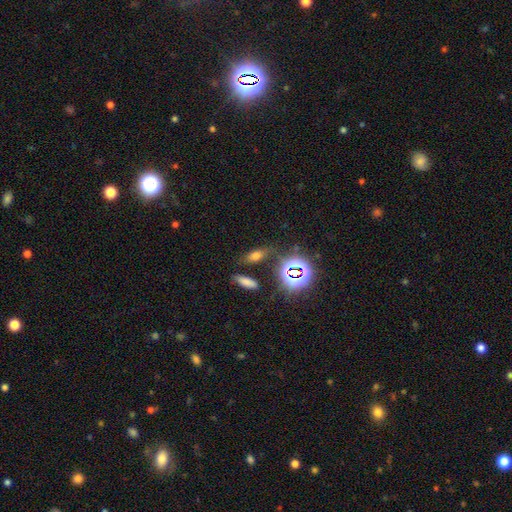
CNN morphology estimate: smooth-or-featured: smooth: 59% | star or artifact: 27% | featured or disk: 14%
  how-rounded: in between: 65% | cigar-shaped: 24% | round: 11%
  merging: none: 75% | minor disturbance: 14% | merger: 6% | major disturbance: 5%